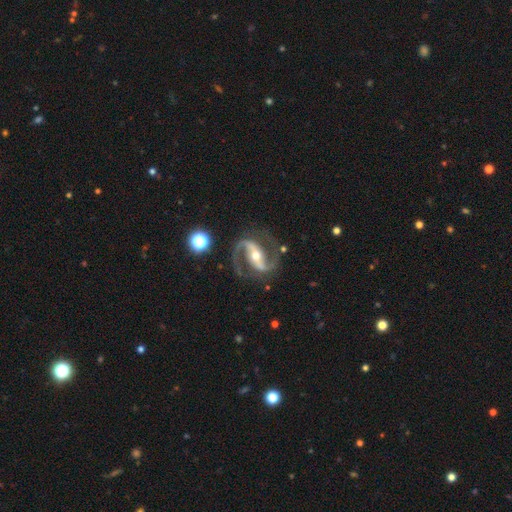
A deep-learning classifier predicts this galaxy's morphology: This is clearly a featured or disk galaxy (93%). It is clearly not viewed edge-on (98%). Bar: possibly strong (60%). Spiral arm pattern: clearly yes (98%). Spiral arm count: clearly 2 (94%). Spiral winding: likely medium (62%). Central bulge: likely moderate (61%). Merging: clearly none (81%).